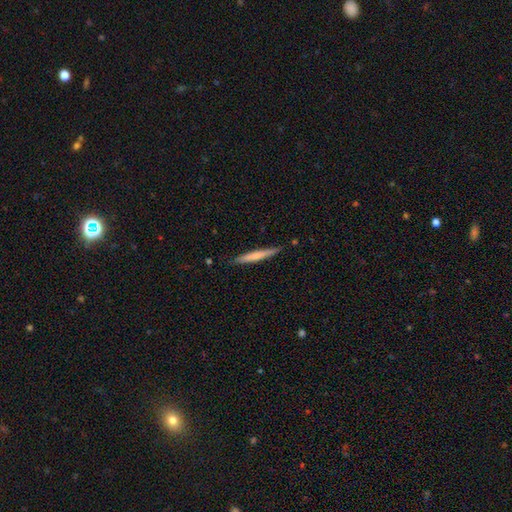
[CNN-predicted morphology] Smooth or featured: smooth — 63% (featured or disk — 32%)
How rounded: cigar-shaped — 96% (in between — 3%)
Merging: none — 87% (minor disturbance — 10%)